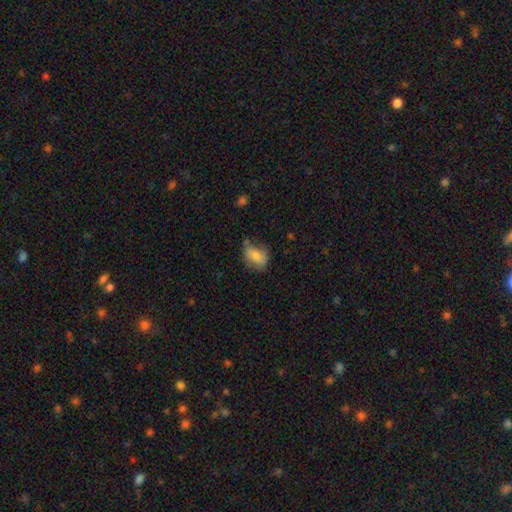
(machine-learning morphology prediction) Overall: smooth (68%). How rounded: in between (75%). Merging: none (55%; minor disturbance 31%).